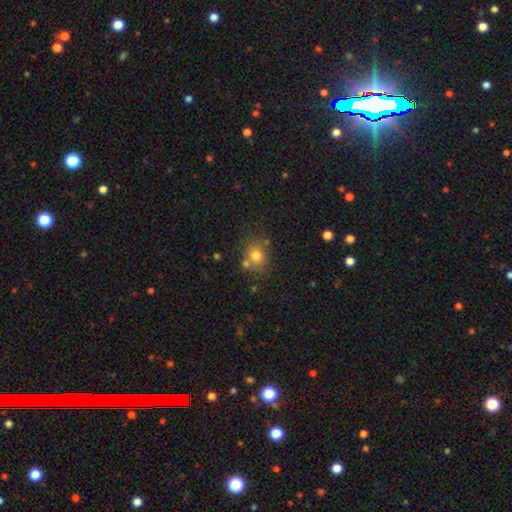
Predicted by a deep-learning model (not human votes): Q: Smooth or featured?
A: smooth (76%); runner-up: star or artifact (14%)
Q: How rounded?
A: round (64%); runner-up: in between (35%)
Q: Merging?
A: none (69%); runner-up: merger (14%)